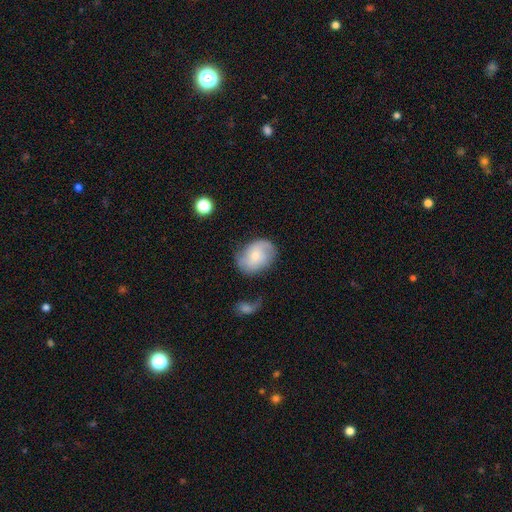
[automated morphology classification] Smooth or featured?
  - smooth: 49% *
  - featured or disk: 43%
  - star or artifact: 7%
Merging?
  - none: 63% *
  - minor disturbance: 23%
  - major disturbance: 9%
  - merger: 5%